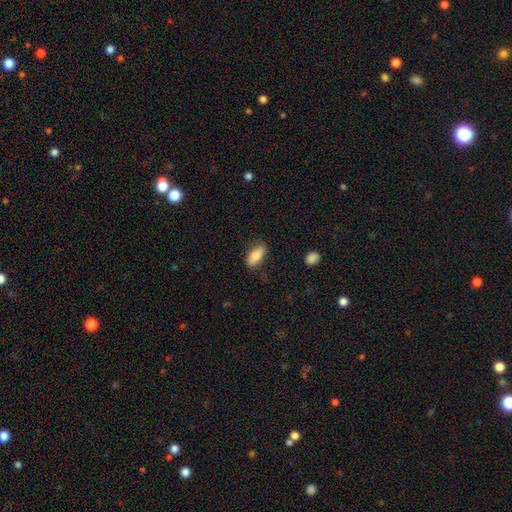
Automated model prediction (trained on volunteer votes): The model was most divided on "merging": none: 77%, minor disturbance: 18%, major disturbance: 4%, merger: 1%. More confident: how rounded — in between (85%); smooth or featured — smooth (80%).